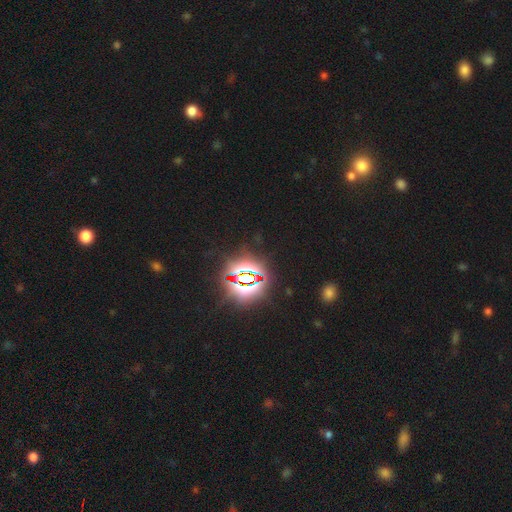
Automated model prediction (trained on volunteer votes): Smooth or featured? Predicted: star or artifact (p=0.81).